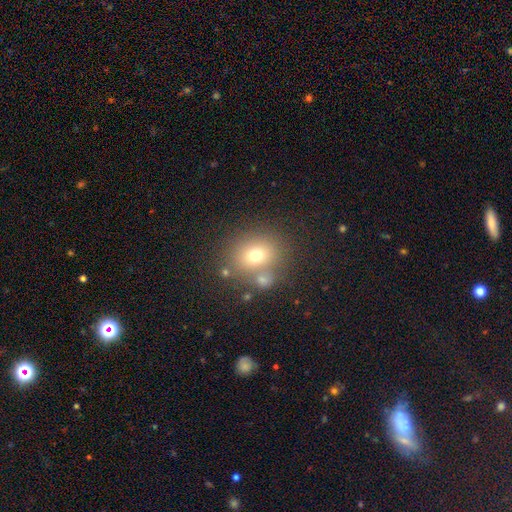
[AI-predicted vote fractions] Smooth or featured: smooth — 70% (star or artifact — 15%)
How rounded: round — 66% (in between — 33%)
Merging: none — 66% (merger — 16%)